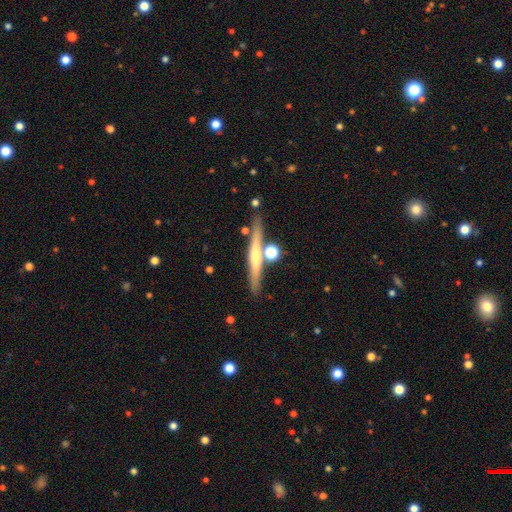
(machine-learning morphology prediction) The model was most divided on "smooth or featured": featured or disk: 63%, smooth: 29%, star or artifact: 8%. More confident: edge-on disk — yes (96%); merging — none (78%); edge-on bulge — rounded (72%).